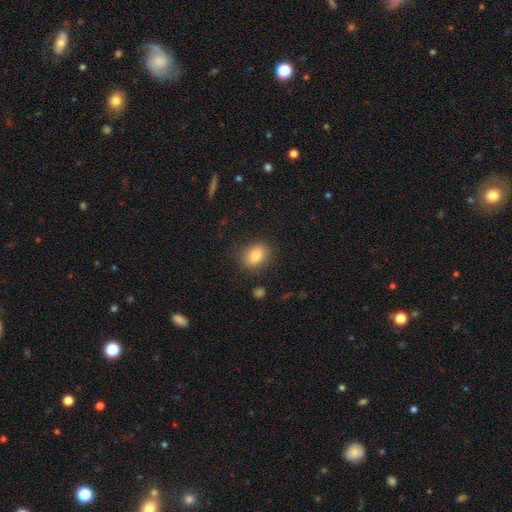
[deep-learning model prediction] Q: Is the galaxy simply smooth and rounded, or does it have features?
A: smooth — 83%.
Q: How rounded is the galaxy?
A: in between — 68%.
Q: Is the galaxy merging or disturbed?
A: none — 83%.